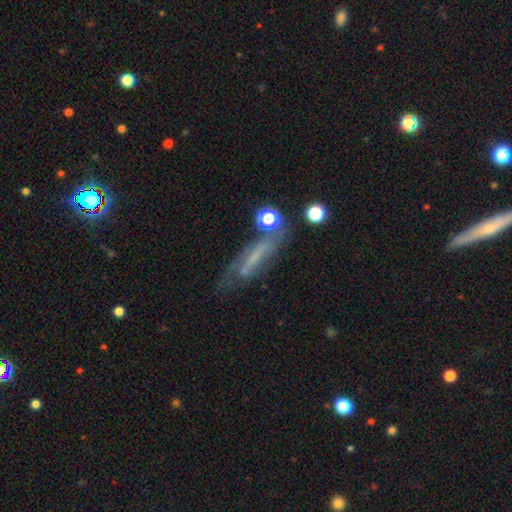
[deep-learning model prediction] featured or disk 51%, smooth 33%, star or artifact 15%. Down the decision tree: edge-on disk — no (53%); merging — none (57%).